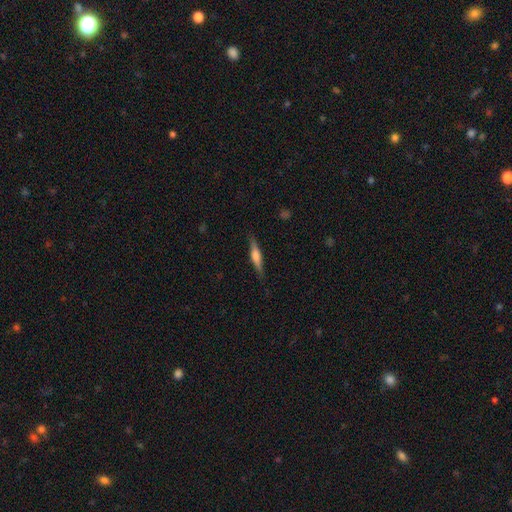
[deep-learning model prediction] This is possibly a featured or disk galaxy (51%). It is clearly viewed edge-on (96%). Merging: clearly none (85%).